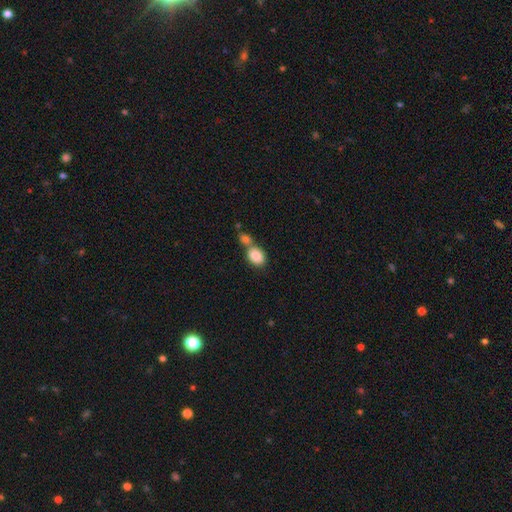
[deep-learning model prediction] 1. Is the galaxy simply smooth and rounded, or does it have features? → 85% smooth, 8% star or artifact, 7% featured or disk.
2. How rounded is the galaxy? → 70% in between, 29% round, 1% cigar-shaped.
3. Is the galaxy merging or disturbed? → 50% merger, 37% none, 9% minor disturbance, 3% major disturbance.